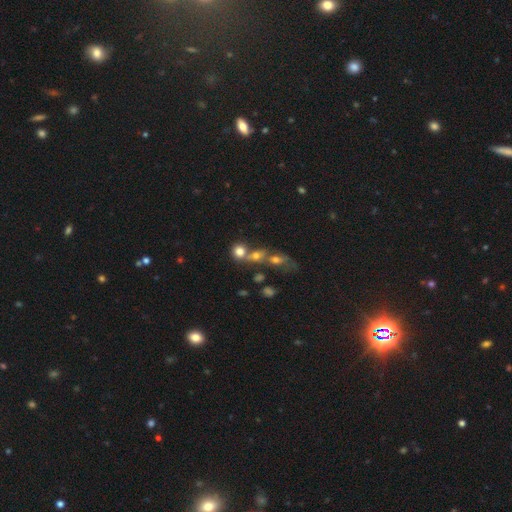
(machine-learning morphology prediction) Q: Smooth or featured?
A: smooth (51%); runner-up: star or artifact (26%)
Q: How rounded?
A: round (68%); runner-up: in between (26%)
Q: Merging?
A: merger (51%); runner-up: none (33%)